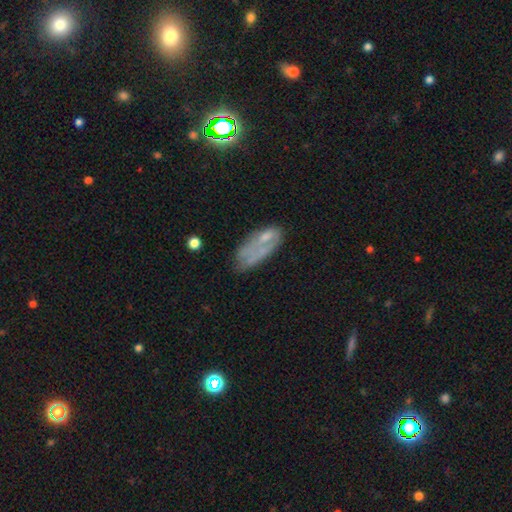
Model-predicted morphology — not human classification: A smooth galaxy with no disk features (52%) that is in between round and cigar-shaped (82%). Merging: none (38%).